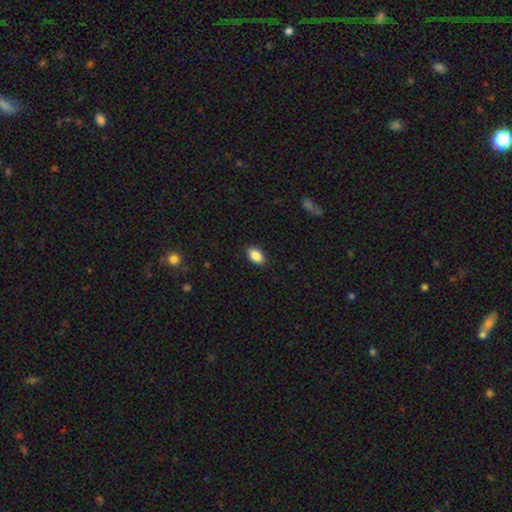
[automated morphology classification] smooth-or-featured: smooth: 88% | star or artifact: 7% | featured or disk: 5%
  how-rounded: in between: 92% | round: 5% | cigar-shaped: 2%
  merging: none: 89% | minor disturbance: 8% | major disturbance: 2% | merger: 1%